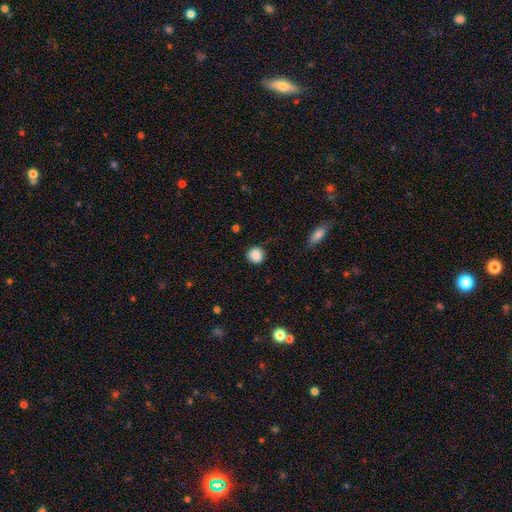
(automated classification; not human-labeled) A smooth galaxy with no disk features (89%) that is round (91%). Merging: none (88%).